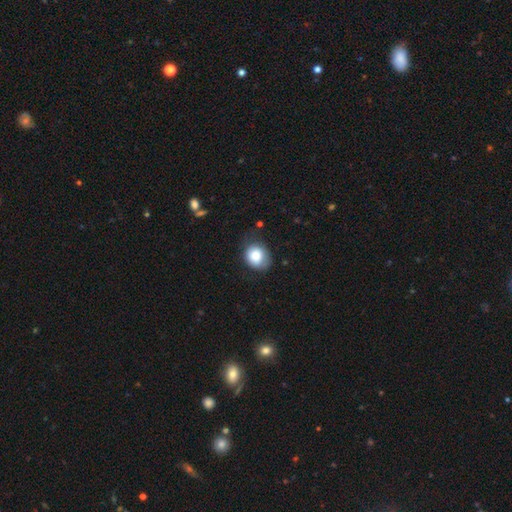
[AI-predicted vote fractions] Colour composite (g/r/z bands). It shows a smooth galaxy with no disk features (82%) that is round (61%). Merging: none (59%).